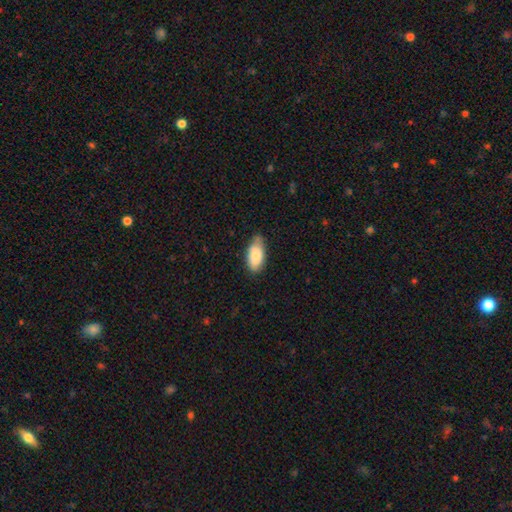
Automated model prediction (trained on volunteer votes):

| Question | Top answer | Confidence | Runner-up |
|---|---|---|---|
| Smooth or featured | smooth | 84% | featured or disk (10%) |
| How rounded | in between | 92% | cigar-shaped (6%) |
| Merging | none | 66% | minor disturbance (28%) |